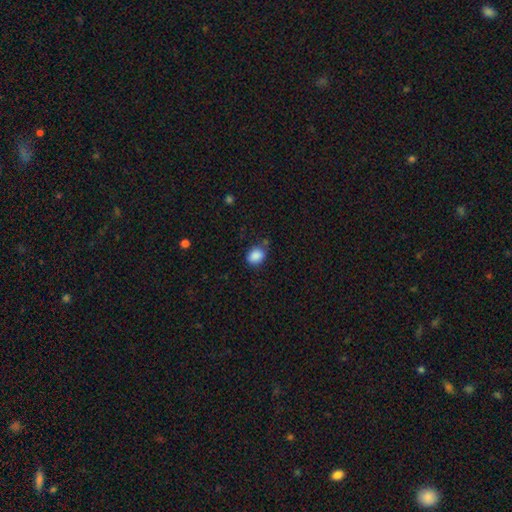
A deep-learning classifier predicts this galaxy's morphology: smooth_or_featured: smooth (p=0.87) [alt: star or artifact p=0.09]
how_rounded: in between (p=0.55) [alt: round p=0.44]
merging: none (p=0.72) [alt: minor disturbance p=0.19]